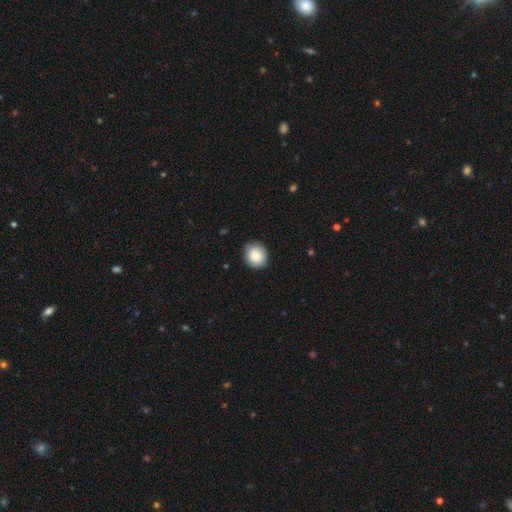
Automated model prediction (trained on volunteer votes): This appears to be a smooth galaxy with no disk features (84%) that is round (79%). Merging: none (87%).